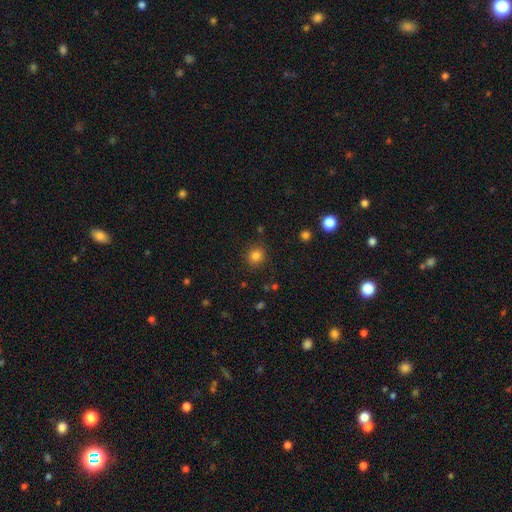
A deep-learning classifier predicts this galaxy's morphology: A smooth galaxy with no disk features (83%) that is round (83%). Merging: none (88%).